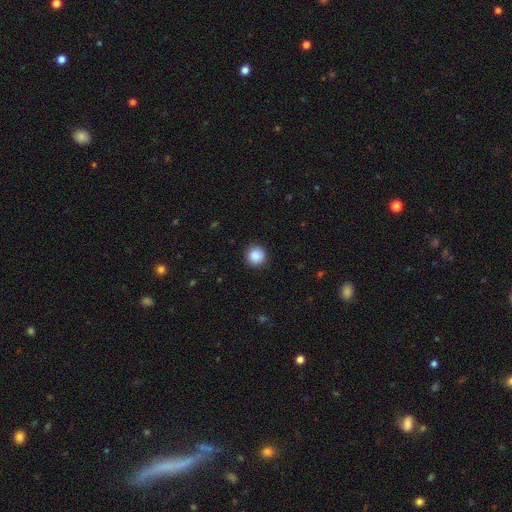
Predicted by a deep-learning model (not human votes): Smooth or featured? smooth (88%)
How rounded? round (95%)
Merging? none (91%)